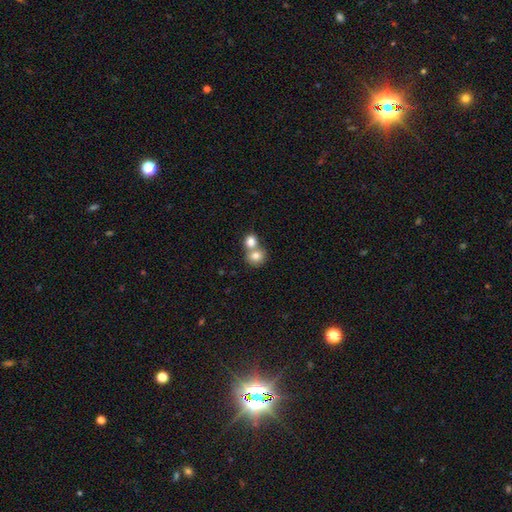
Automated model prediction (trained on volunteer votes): Smooth or featured? smooth (79%)
How rounded? round (78%)
Merging? merger (58%)